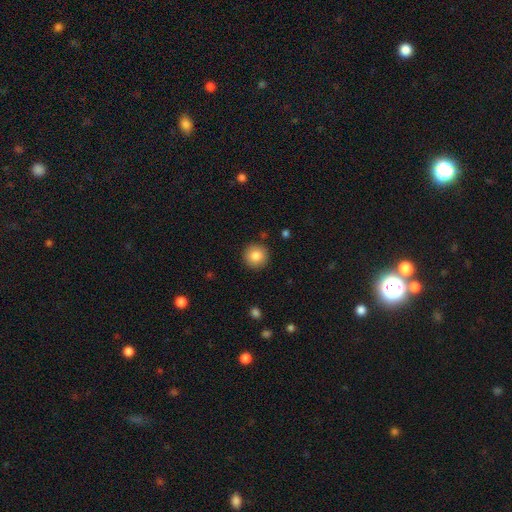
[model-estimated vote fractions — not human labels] A smooth galaxy with no disk features (85%) that is round (95%). Merging: none (91%).